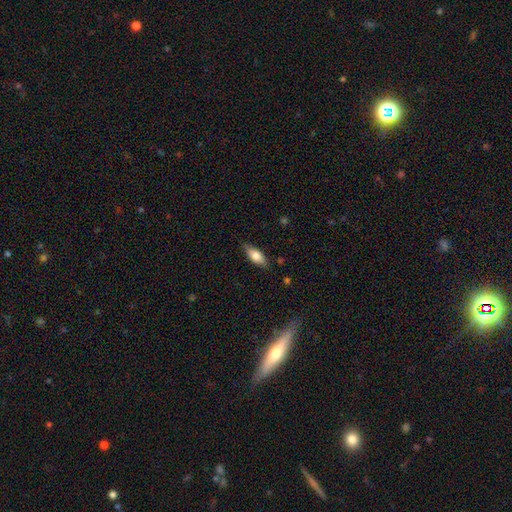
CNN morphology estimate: This appears to be a smooth galaxy with no disk features (71%) that is in between round and cigar-shaped (77%). Merging: none (80%).